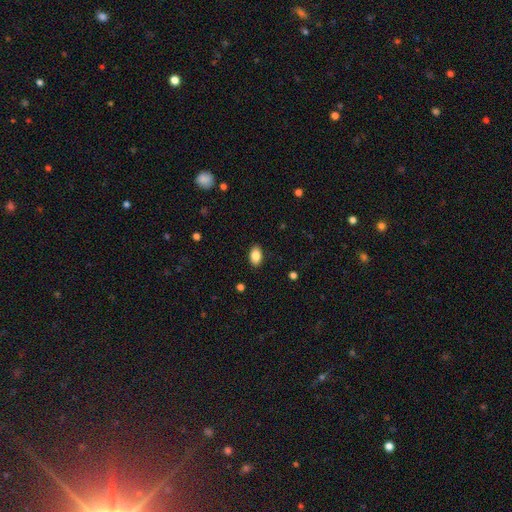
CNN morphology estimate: The model was most divided on "smooth or featured": smooth: 86%, star or artifact: 8%, featured or disk: 6%. More confident: how rounded — in between (89%); merging — none (89%).